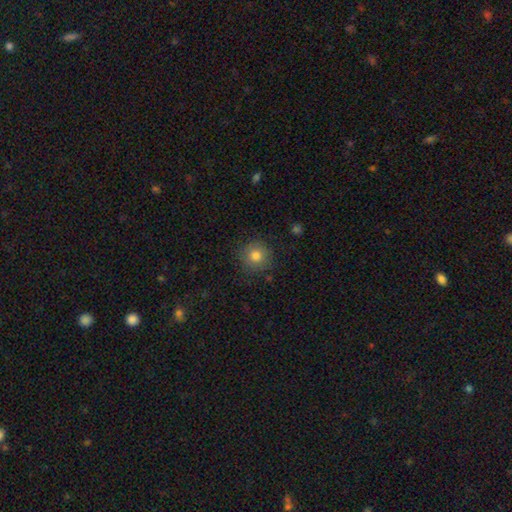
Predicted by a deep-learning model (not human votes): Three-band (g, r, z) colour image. It shows a smooth galaxy with no disk features (81%) that is round (93%). Merging: none (86%).